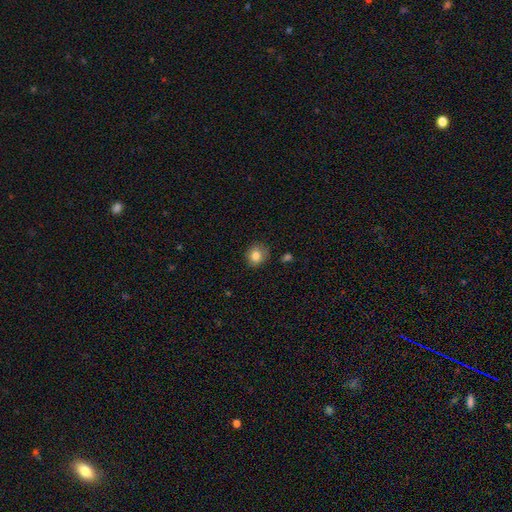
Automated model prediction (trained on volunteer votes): Morphology: type=smooth (83%); roundness=round (71%); merging=none (77%).